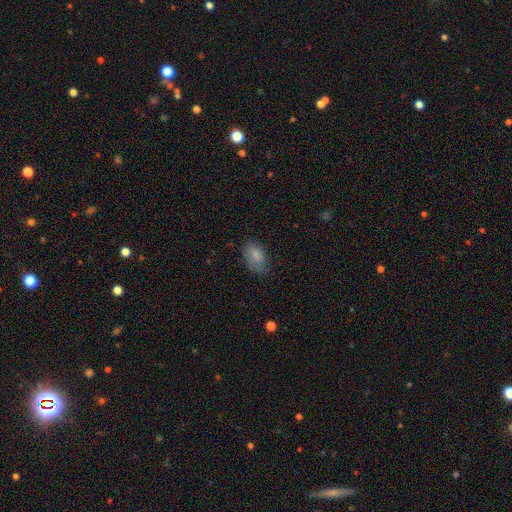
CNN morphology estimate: The model was most divided on "merging": none: 64%, minor disturbance: 27%, major disturbance: 8%, merger: 1%. More confident: how rounded — in between (92%); smooth or featured — smooth (82%).